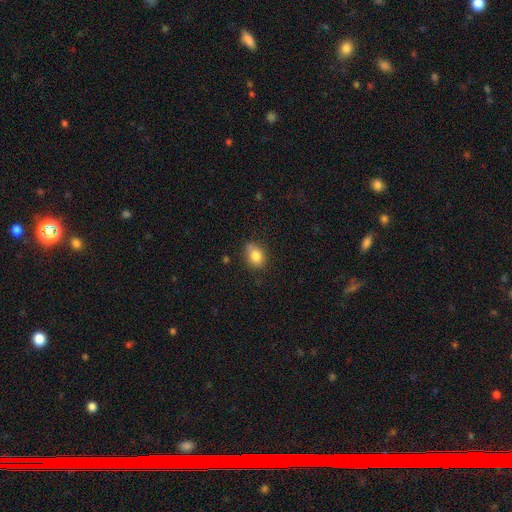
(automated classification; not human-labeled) Smooth or featured? smooth (82%)
How rounded? in between (60%)
Merging? none (66%)